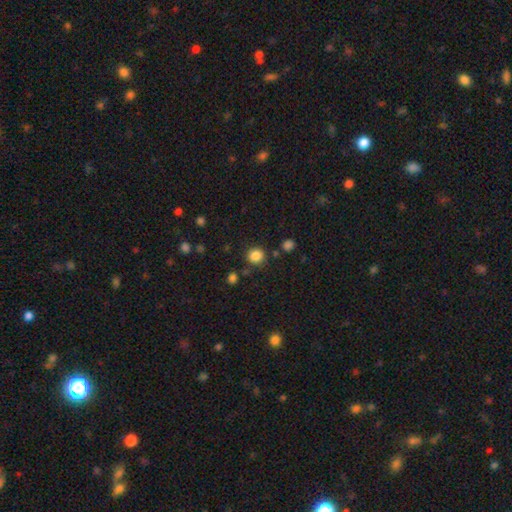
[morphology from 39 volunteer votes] Q: Smooth or featured?
A: smooth (90%); runner-up: featured or disk (8%)
Q: How rounded?
A: round (91%); runner-up: in between (9%)
Q: Merging?
A: none (76%); runner-up: minor disturbance (16%)